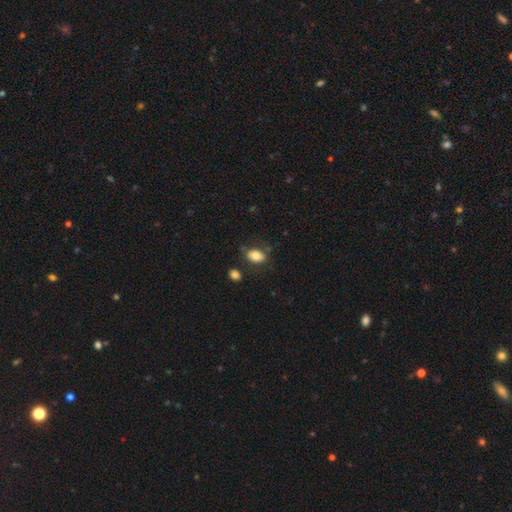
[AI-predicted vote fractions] Smooth or featured? smooth (79%)
How rounded? in between (84%)
Merging? none (72%)